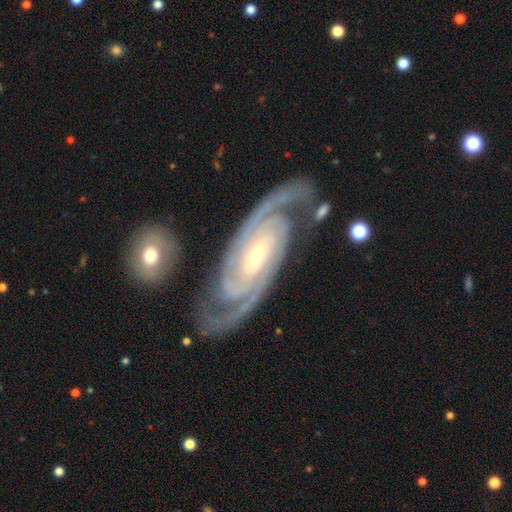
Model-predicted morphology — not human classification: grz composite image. It shows a featured or disk galaxy (93%) with a weak bar (39%), 2 (83%) tight (70%) spiral arms (99%) and a small central bulge (52%). Merging: none (78%).